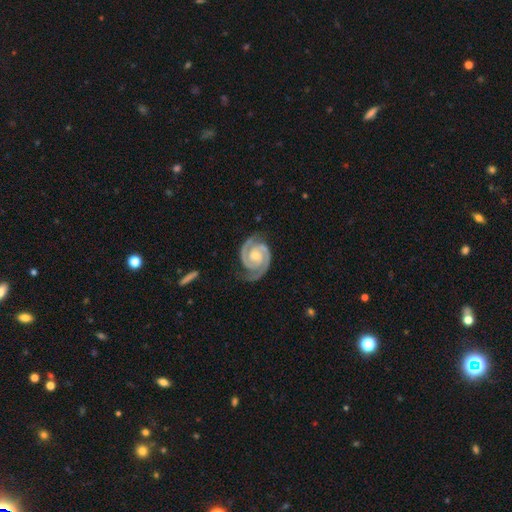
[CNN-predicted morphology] A featured or disk galaxy (94%) with no bar (61%), 2 (93%) tight (67%) spiral arms (99%) and a small central bulge (48%). Merging: none (80%).